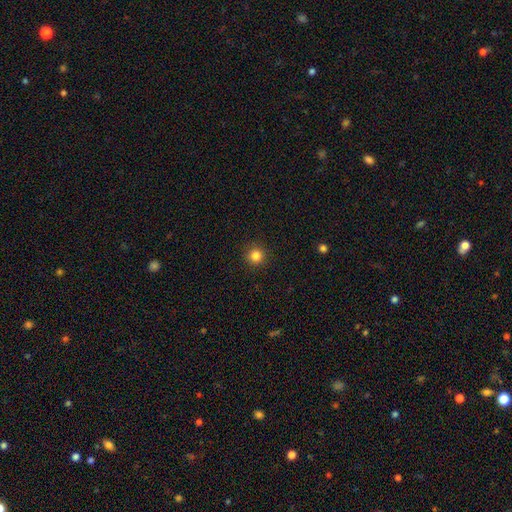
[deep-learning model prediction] Morphology: type=smooth (84%); roundness=round (95%); merging=none (92%).